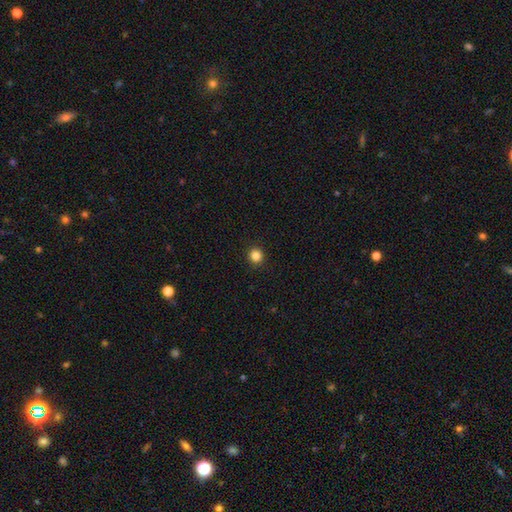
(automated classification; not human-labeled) The model was most divided on "smooth or featured": smooth: 84%, star or artifact: 12%, featured or disk: 4%. More confident: how rounded — round (94%); merging — none (93%).